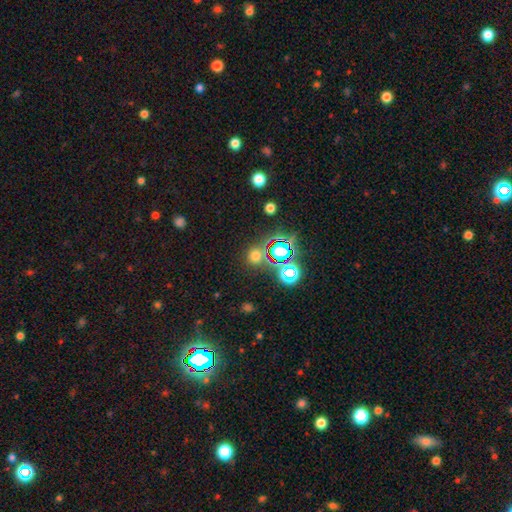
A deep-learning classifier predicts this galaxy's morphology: Smooth or featured? smooth (54%)
How rounded? round (86%)
Merging? none (77%)